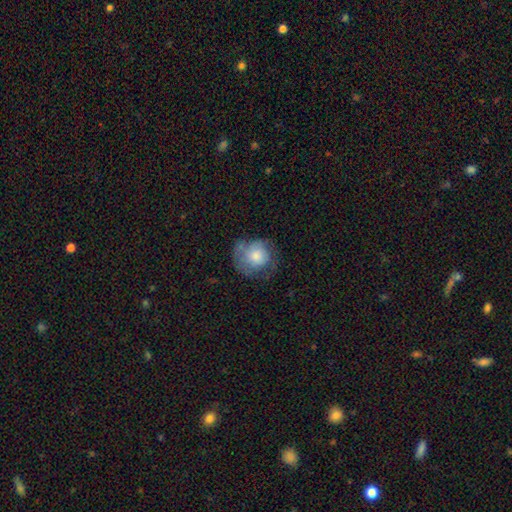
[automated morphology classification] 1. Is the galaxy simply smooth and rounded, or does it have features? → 65% smooth, 28% featured or disk, 7% star or artifact.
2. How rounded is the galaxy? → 83% round, 16% in between, 1% cigar-shaped.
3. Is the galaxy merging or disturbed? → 50% none, 30% minor disturbance, 18% major disturbance, 2% merger.